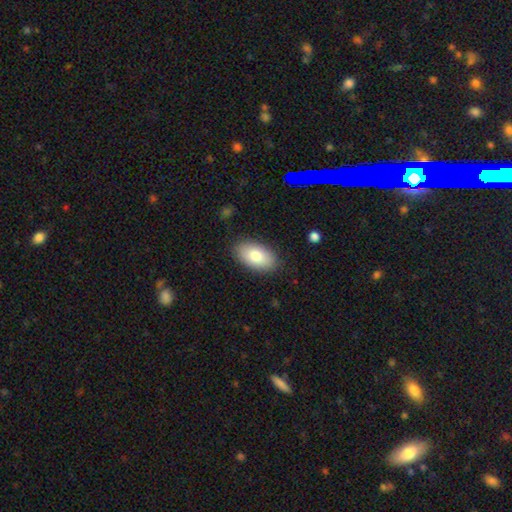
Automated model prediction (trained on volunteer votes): Smooth or featured? Predicted: smooth (p=0.81). How rounded? Predicted: in between (p=0.95). Merging? Predicted: none (p=0.86).